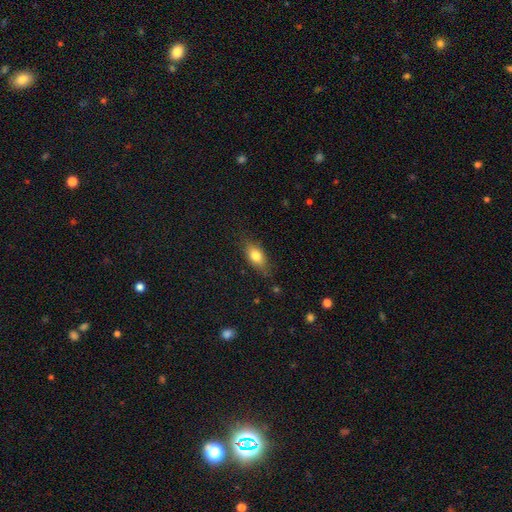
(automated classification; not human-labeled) Smooth or featured? Predicted: smooth (p=0.78). How rounded? Predicted: in between (p=0.82). Merging? Predicted: none (p=0.77).